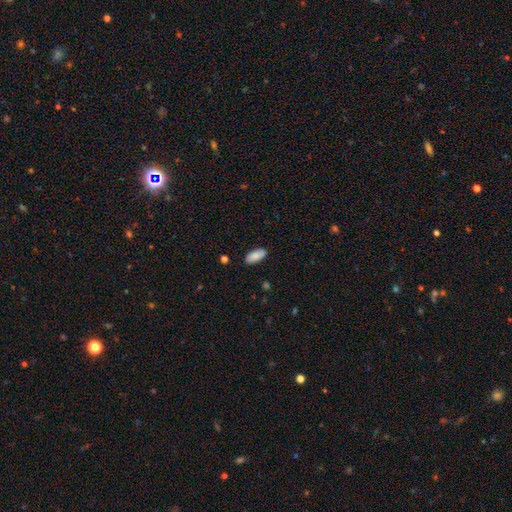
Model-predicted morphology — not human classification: type=smooth (86%); roundness=in between (89%); merging=none (87%).